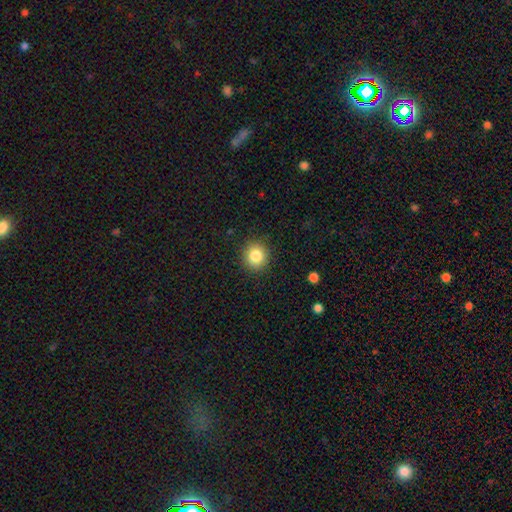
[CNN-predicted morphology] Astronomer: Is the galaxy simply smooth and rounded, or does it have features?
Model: smooth — 84%.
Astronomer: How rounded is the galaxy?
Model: round — 89%.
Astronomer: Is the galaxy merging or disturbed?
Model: none — 90%.